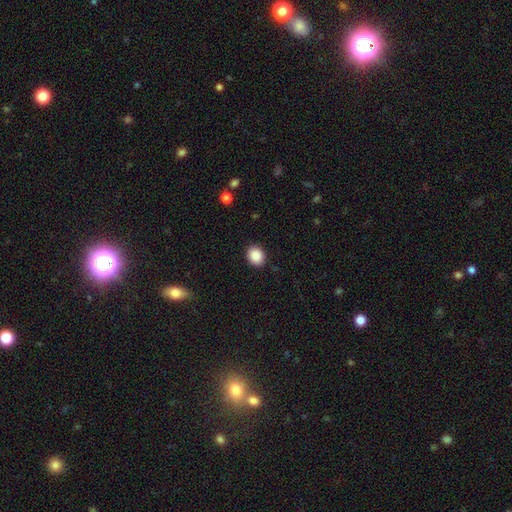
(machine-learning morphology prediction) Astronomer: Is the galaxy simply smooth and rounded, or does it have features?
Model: smooth — 89%.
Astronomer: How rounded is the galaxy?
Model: round — 61% (runner-up: in between, 38%).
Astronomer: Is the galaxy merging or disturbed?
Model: none — 90%.